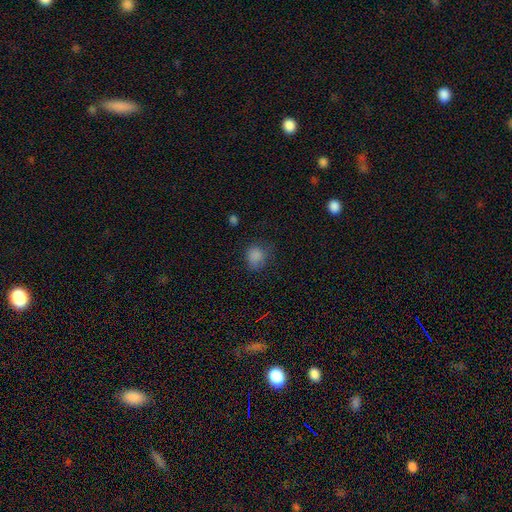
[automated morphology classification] Smooth or featured? smooth (82%)
How rounded? round (72%)
Merging? none (65%)